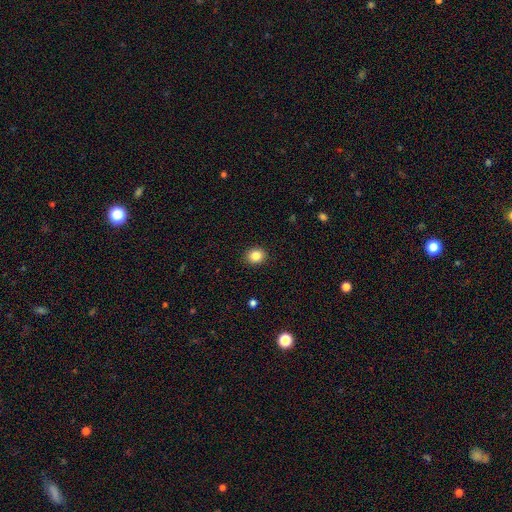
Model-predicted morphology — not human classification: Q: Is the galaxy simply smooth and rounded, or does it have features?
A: smooth — 85%.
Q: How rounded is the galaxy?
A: round — 65%.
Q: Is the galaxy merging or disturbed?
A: none — 91%.